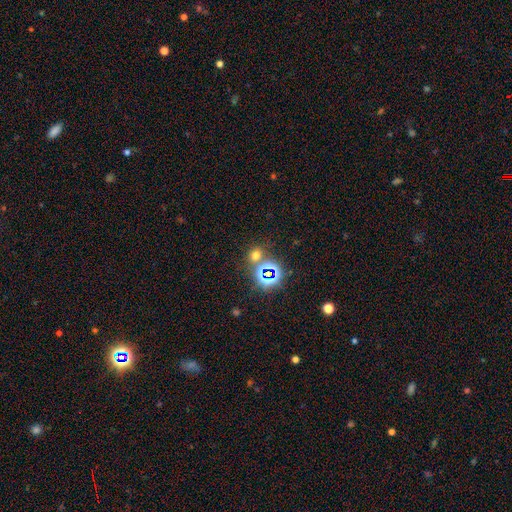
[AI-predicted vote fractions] Smooth or featured: smooth — 54% (star or artifact — 40%)
How rounded: round — 73% (in between — 26%)
Merging: none — 73% (merger — 15%)